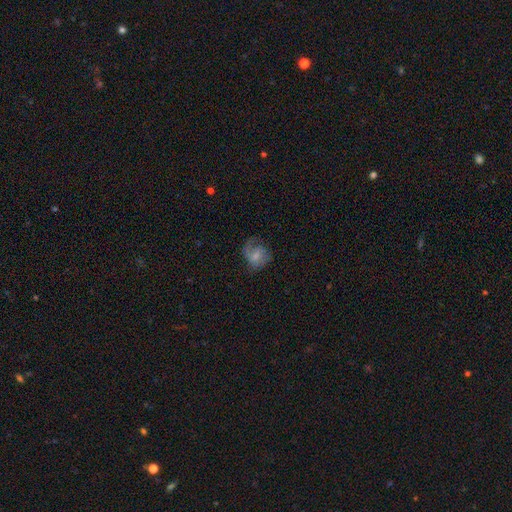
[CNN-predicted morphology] type=featured or disk (53%); edge-on=no (97%); bar=no (48%); spiral arms=yes (83%); bulge=small (45%); merging=none (51%).